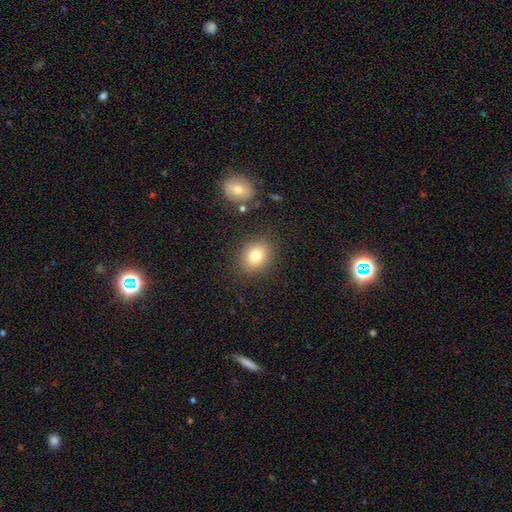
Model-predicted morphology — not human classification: Overall: smooth (79%). How rounded: in between (50%; round 49%). Merging: none (83%).